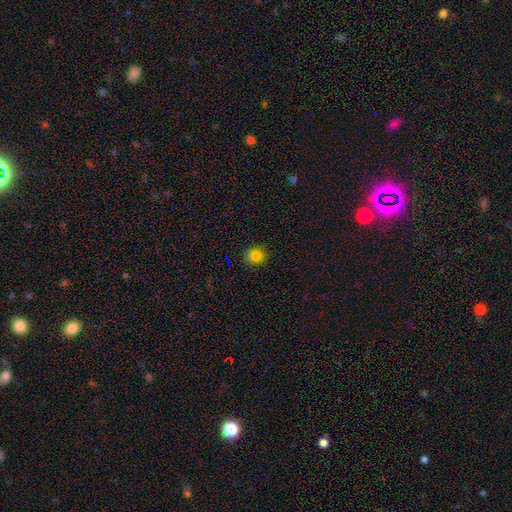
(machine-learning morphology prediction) A smooth galaxy with no disk features (78%) that is round (79%). Merging: none (84%).